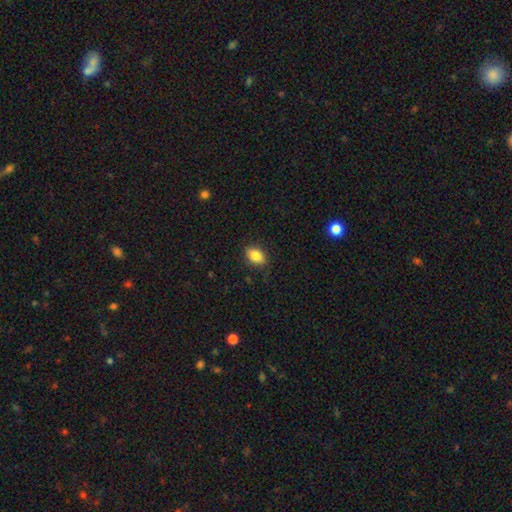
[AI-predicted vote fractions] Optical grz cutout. It shows a smooth galaxy with no disk features (86%) that is in between round and cigar-shaped (83%). Merging: none (86%).